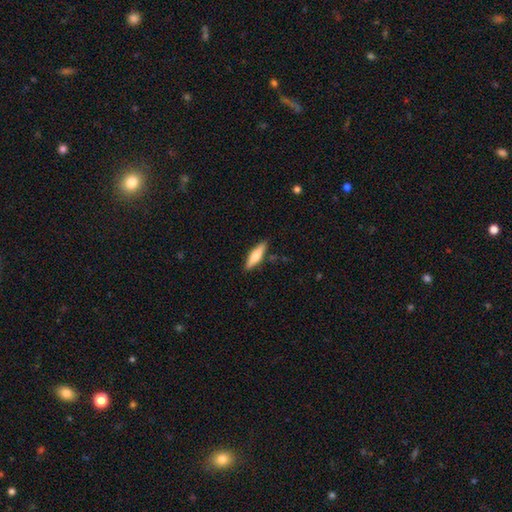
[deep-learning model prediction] Smooth or featured? Predicted: smooth (p=0.59). How rounded? Predicted: cigar-shaped (p=0.66). Merging? Predicted: none (p=0.86).